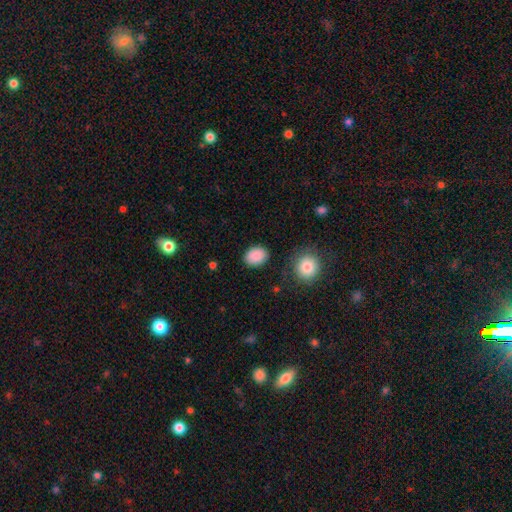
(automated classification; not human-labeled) Q: Smooth or featured?
A: smooth (88%); runner-up: star or artifact (8%)
Q: How rounded?
A: in between (62%); runner-up: round (37%)
Q: Merging?
A: none (84%); runner-up: minor disturbance (10%)